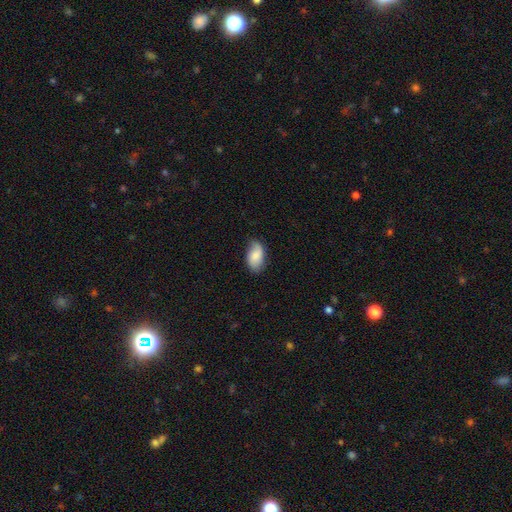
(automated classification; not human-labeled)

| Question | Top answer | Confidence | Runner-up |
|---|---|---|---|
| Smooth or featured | smooth | 69% | featured or disk (24%) |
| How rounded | in between | 93% | round (5%) |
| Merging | none | 70% | minor disturbance (24%) |